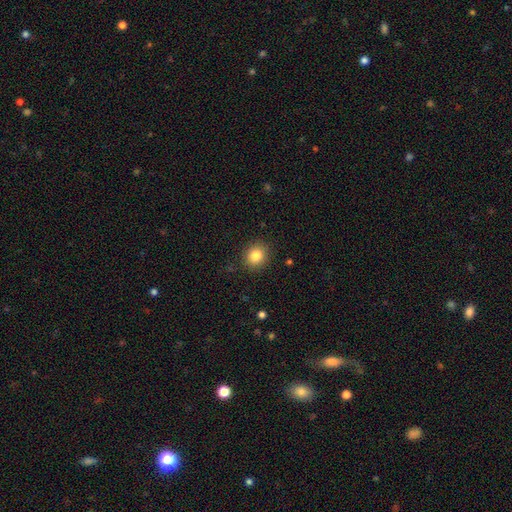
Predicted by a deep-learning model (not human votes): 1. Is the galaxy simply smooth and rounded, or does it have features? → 83% smooth, 10% star or artifact, 6% featured or disk.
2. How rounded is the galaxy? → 79% round, 20% in between, 1% cigar-shaped.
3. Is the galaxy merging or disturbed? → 88% none, 8% minor disturbance, 3% major disturbance, 1% merger.